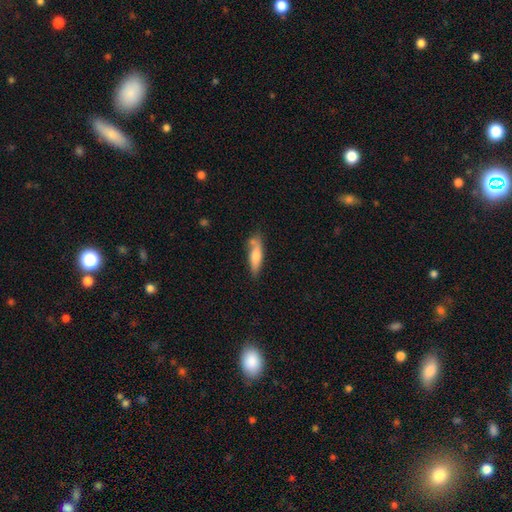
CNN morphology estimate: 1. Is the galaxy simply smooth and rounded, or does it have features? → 68% smooth, 26% featured or disk, 7% star or artifact.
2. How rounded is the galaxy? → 64% cigar-shaped, 34% in between, 2% round.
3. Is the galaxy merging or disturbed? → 60% none, 23% minor disturbance, 11% merger, 6% major disturbance.